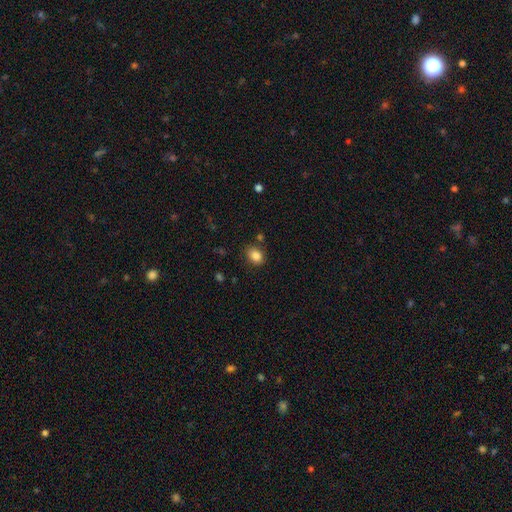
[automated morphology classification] Smooth or featured?
  - smooth: 85% *
  - star or artifact: 10%
  - featured or disk: 5%
How rounded?
  - in between: 65% *
  - round: 34%
  - cigar-shaped: 1%
Merging?
  - none: 81% *
  - minor disturbance: 12%
  - merger: 4%
  - major disturbance: 3%